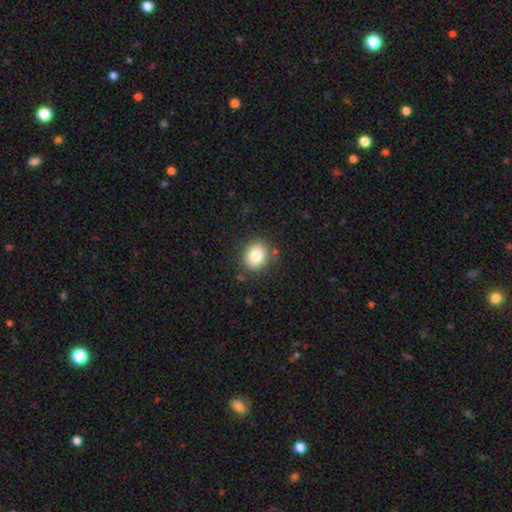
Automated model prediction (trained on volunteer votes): Smooth or featured? smooth (83%)
How rounded? round (70%)
Merging? none (84%)